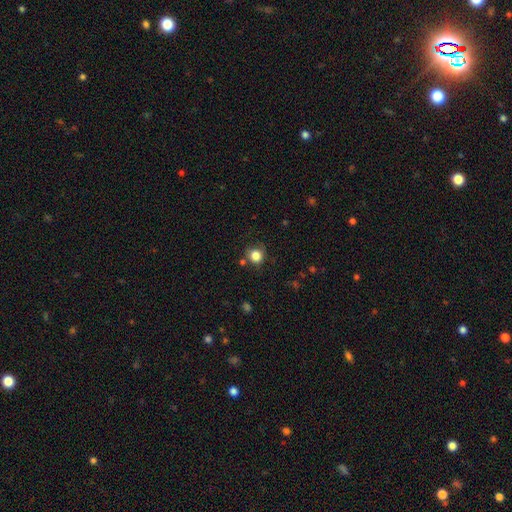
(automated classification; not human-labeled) Overall: smooth (83%). How rounded: round (85%). Merging: none (75%).